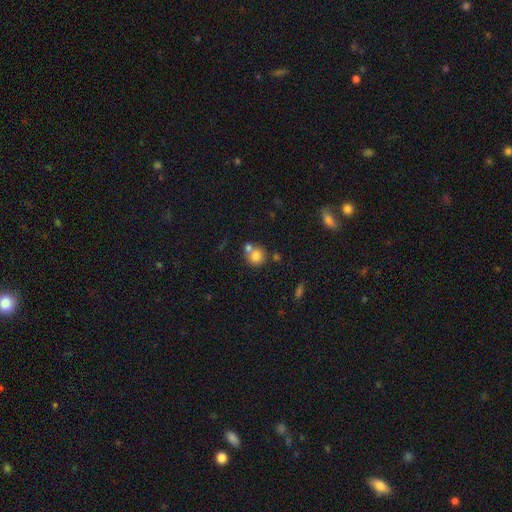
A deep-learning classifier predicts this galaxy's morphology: type=smooth (79%); roundness=round (83%); merging=none (49%).